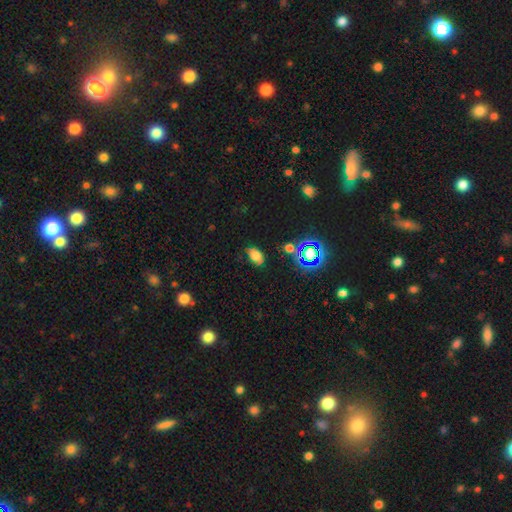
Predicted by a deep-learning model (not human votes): Morphology: type=smooth (69%); roundness=in between (87%); merging=none (69%).